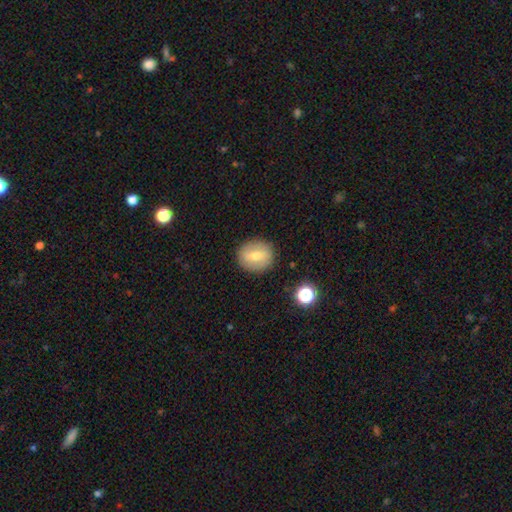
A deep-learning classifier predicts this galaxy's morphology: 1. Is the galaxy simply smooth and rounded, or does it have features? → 61% smooth, 30% featured or disk, 10% star or artifact.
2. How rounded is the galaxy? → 83% round, 16% in between, 1% cigar-shaped.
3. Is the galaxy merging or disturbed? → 89% none, 8% minor disturbance, 2% major disturbance, 1% merger.